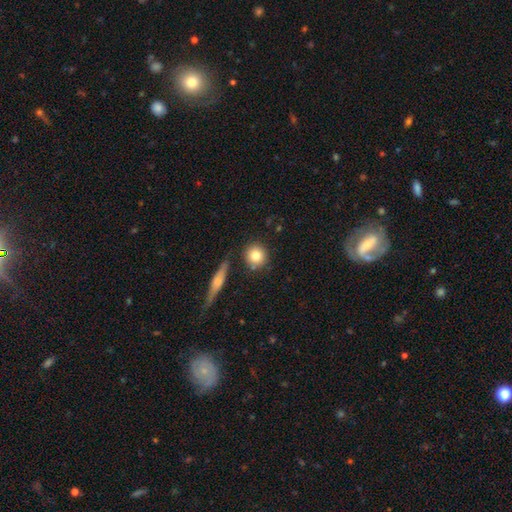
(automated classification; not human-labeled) This is likely a smooth galaxy (80%). How rounded: clearly round (89%). Merging: clearly none (81%).